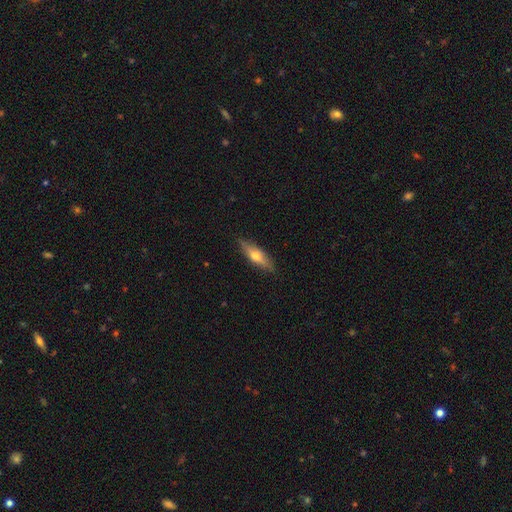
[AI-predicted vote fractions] Smooth or featured?
  - featured or disk: 50% *
  - smooth: 43%
  - star or artifact: 7%
Edge-on disk?
  - yes: 90% *
  - no: 10%
Merging?
  - none: 85% *
  - minor disturbance: 11%
  - major disturbance: 2%
  - merger: 1%